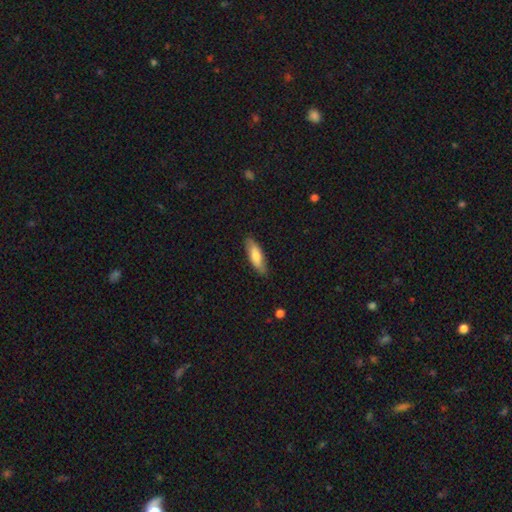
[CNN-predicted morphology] Smooth or featured: smooth — 74% (featured or disk — 20%)
How rounded: in between — 52% (cigar-shaped — 46%)
Merging: none — 85% (minor disturbance — 12%)